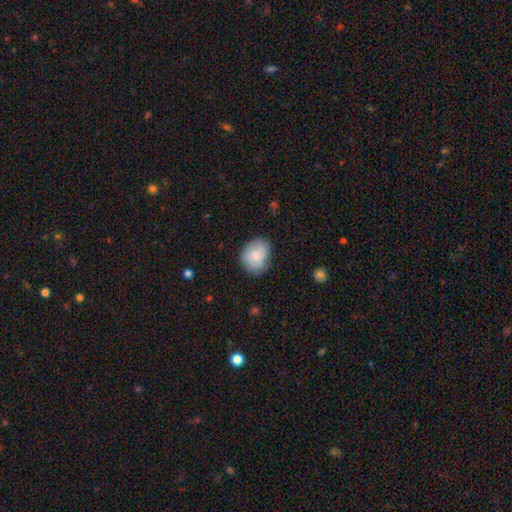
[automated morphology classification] Q: Smooth or featured?
A: smooth (83%); runner-up: featured or disk (11%)
Q: How rounded?
A: round (53%); runner-up: in between (46%)
Q: Merging?
A: none (74%); runner-up: minor disturbance (20%)